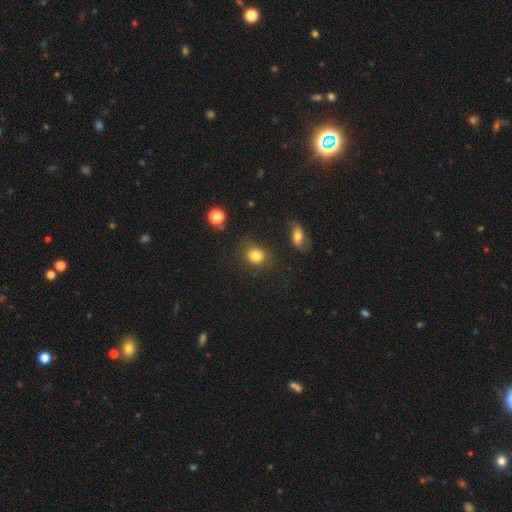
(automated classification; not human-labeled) smooth 81%, star or artifact 12%, featured or disk 7%. Down the decision tree: how rounded — round (71%); merging — none (74%).